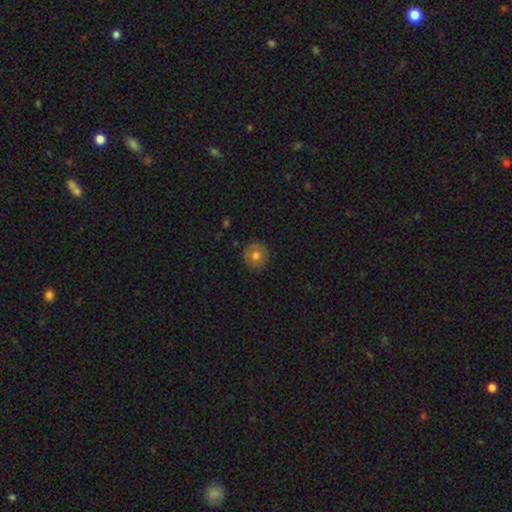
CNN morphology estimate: Smooth or featured: smooth — 75% (featured or disk — 15%)
How rounded: round — 93% (in between — 6%)
Merging: none — 88% (minor disturbance — 9%)